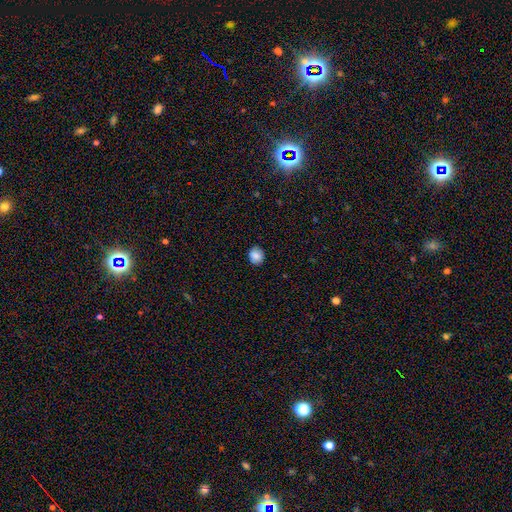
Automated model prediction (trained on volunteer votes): Smooth or featured?
  - smooth: 85% *
  - star or artifact: 9%
  - featured or disk: 6%
How rounded?
  - round: 75% *
  - in between: 24%
  - cigar-shaped: 1%
Merging?
  - none: 87% *
  - minor disturbance: 10%
  - major disturbance: 2%
  - merger: 1%